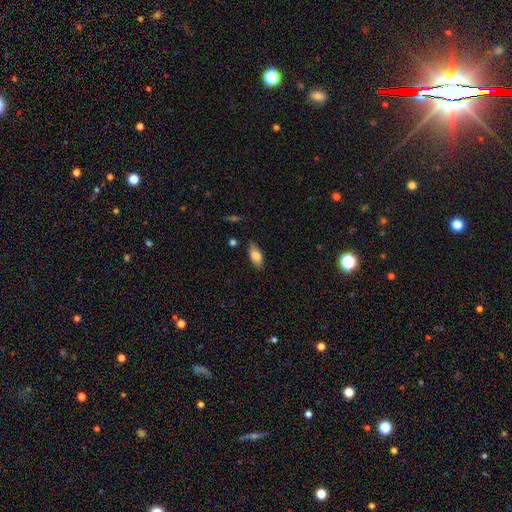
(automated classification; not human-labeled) A smooth galaxy with no disk features (82%) that is in between round and cigar-shaped (88%). Merging: none (82%).